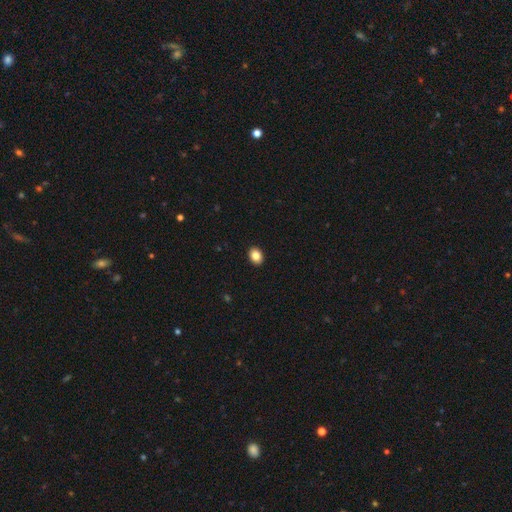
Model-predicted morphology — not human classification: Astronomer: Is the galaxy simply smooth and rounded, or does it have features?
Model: smooth — 85%.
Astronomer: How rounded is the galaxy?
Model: in between — 65%.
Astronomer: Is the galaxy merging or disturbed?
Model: none — 92%.